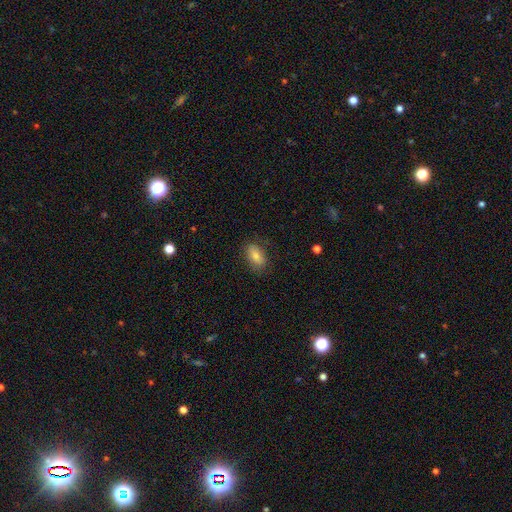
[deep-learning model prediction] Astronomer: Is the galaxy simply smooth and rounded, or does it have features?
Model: smooth — 71%.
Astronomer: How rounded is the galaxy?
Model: in between — 88%.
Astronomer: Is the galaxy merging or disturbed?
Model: none — 82%.